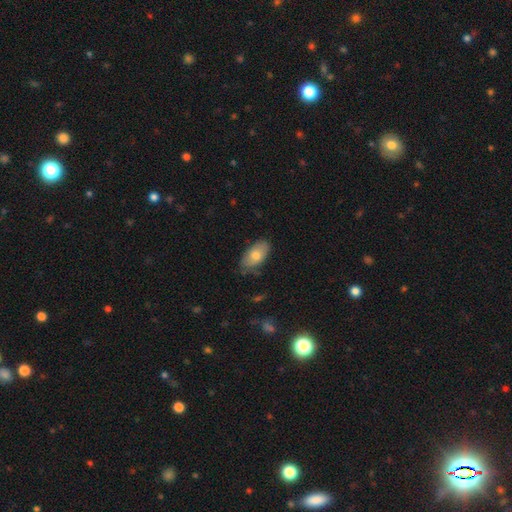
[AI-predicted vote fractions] Morphology: type=smooth (74%); roundness=in between (93%); merging=none (72%).